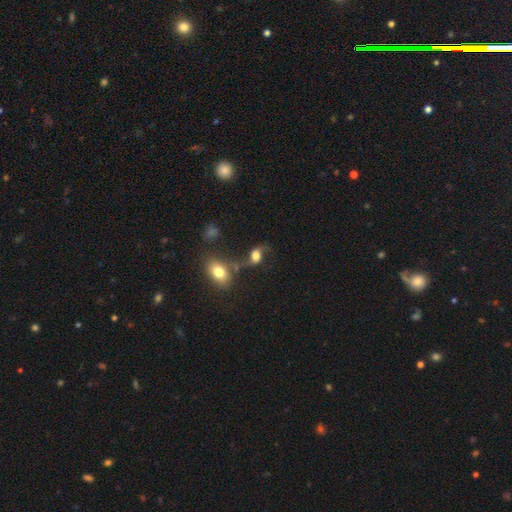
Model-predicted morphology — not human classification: featured or disk 44% (tied), smooth 44% (tied), star or artifact 12%. Down the decision tree: merging — none (48%).